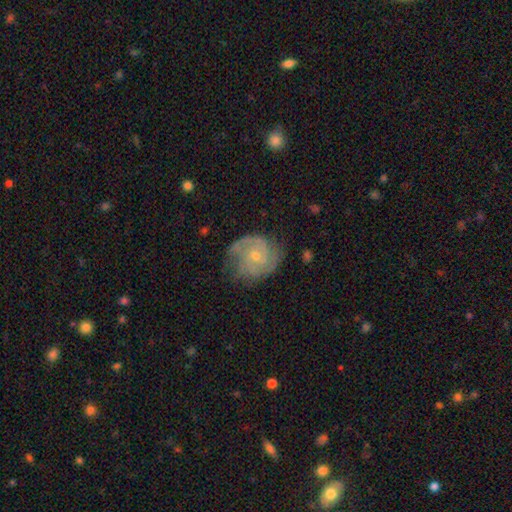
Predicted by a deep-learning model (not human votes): smooth-or-featured: featured or disk: 82% | smooth: 12% | star or artifact: 6%
  disk-edge-on: no: 98% | yes: 2%
    bar: no: 70% | weak: 26% | strong: 4%
    has-spiral-arms: yes: 95% | no: 5%
      spiral-winding: tight: 53% | medium: 38% | loose: 9%
      spiral-arm-count: 2: 36% | 3: 27% | can't tell: 21% | 4: 7% | 1: 5% | more than 4: 5%
    bulge-size: small: 68% | moderate: 28% | none: 2% | large: 1% | dominant: 1%
  merging: none: 67% | minor disturbance: 23% | major disturbance: 9% | merger: 2%